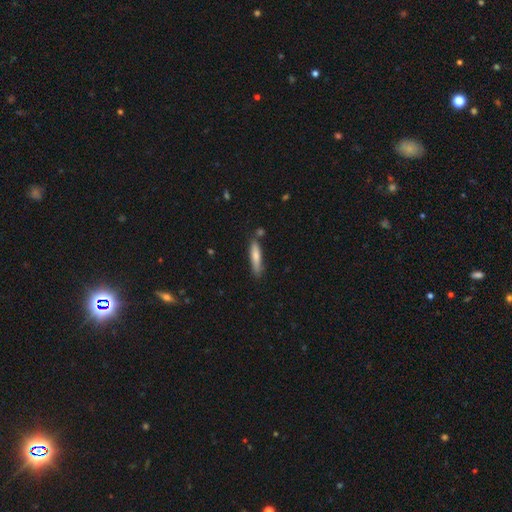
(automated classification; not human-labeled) Overall: smooth (73%). How rounded: cigar-shaped (83%). Merging: none (76%).